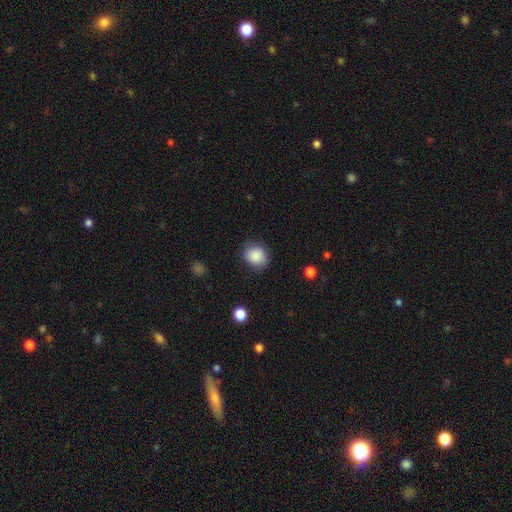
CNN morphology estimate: A smooth galaxy with no disk features (88%) that is round (75%). Merging: none (83%).